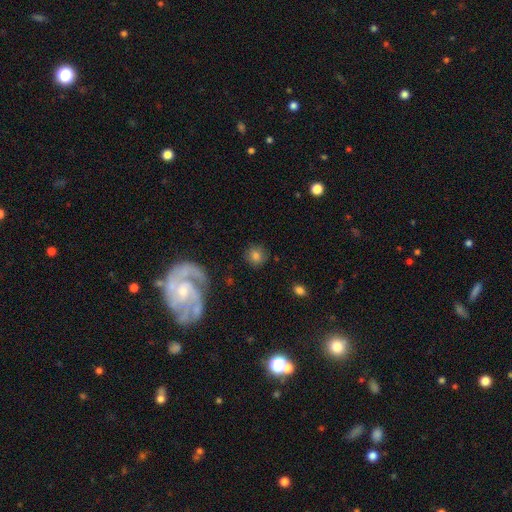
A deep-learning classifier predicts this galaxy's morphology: smooth 72%, featured or disk 16%, star or artifact 12%. Down the decision tree: how rounded — round (89%); merging — none (85%).